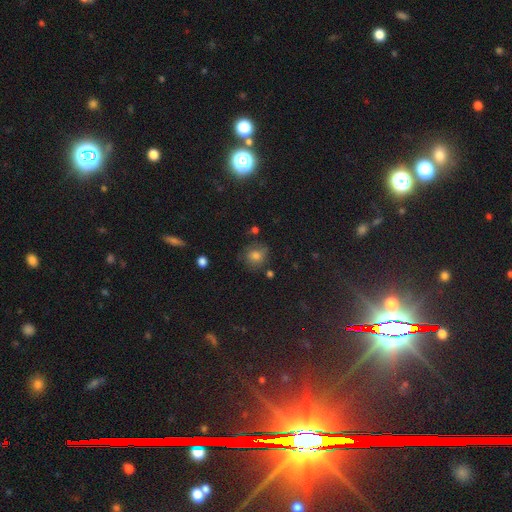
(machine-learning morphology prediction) A smooth galaxy with no disk features (72%) that is round (80%).

Vote fractions:
- Smooth or featured? smooth: 72% / star or artifact: 15% / featured or disk: 13%
- How rounded? round: 80% / in between: 19% / cigar-shaped: 1%
- Merging? none: 70% / minor disturbance: 19% / major disturbance: 7% / merger: 4%